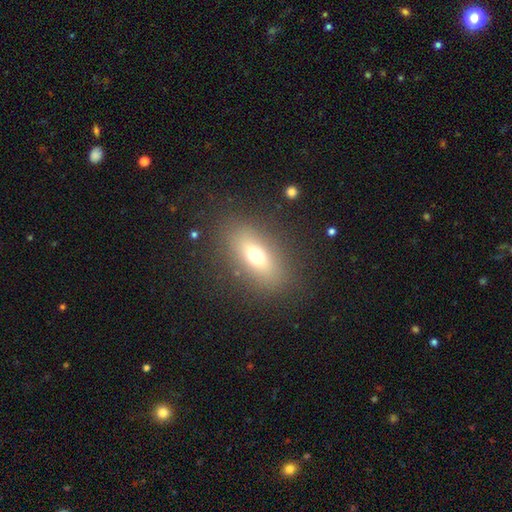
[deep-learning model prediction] Smooth or featured? smooth (65%)
How rounded? in between (76%)
Merging? none (84%)